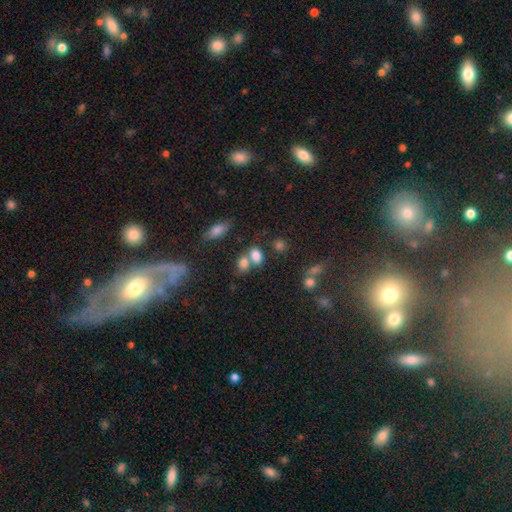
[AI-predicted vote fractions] Smooth or featured: smooth — 79% (star or artifact — 13%)
How rounded: in between — 74% (round — 24%)
Merging: merger — 44% (none — 40%)